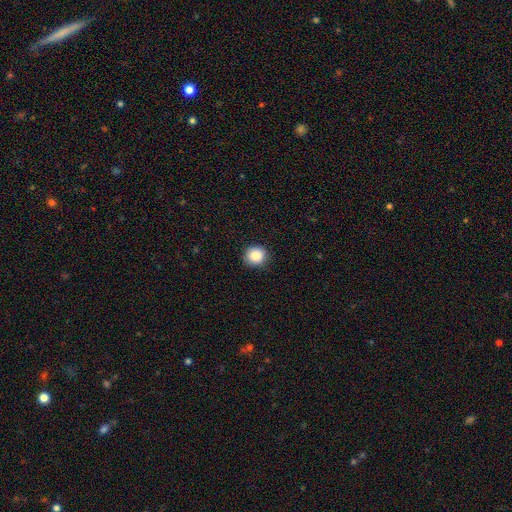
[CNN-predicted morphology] smooth 86%, star or artifact 9%, featured or disk 4%. Down the decision tree: how rounded — round (89%); merging — none (89%).